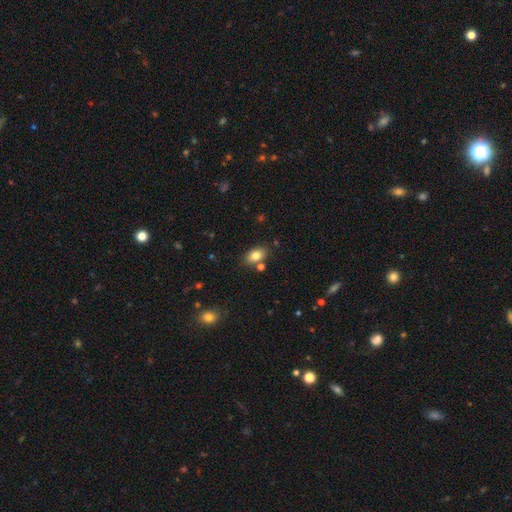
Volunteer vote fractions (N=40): Smooth or featured? smooth (78%)
How rounded? in between (87%)
Merging? none (70%)